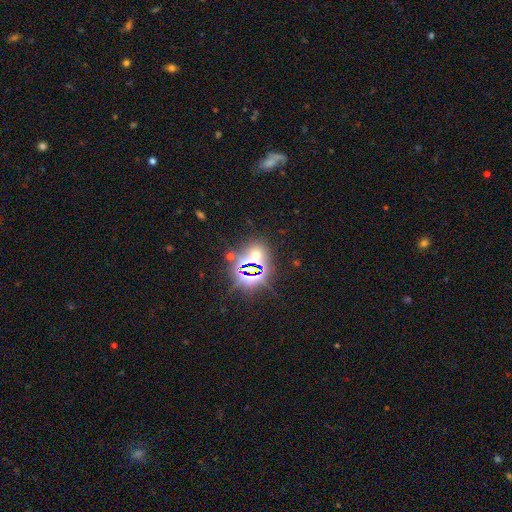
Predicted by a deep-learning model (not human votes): A star or artifact, not a galaxy (69%).